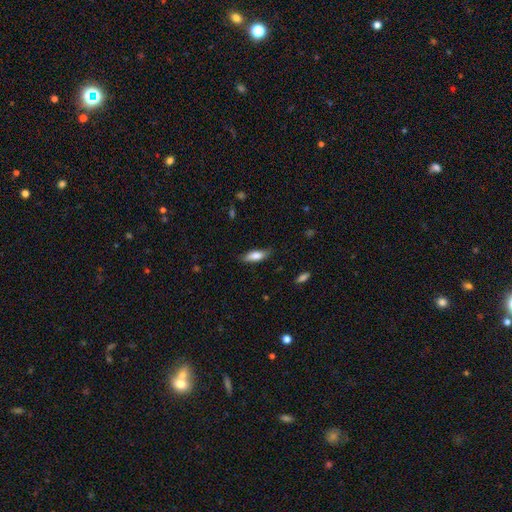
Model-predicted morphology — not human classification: Smooth or featured? Predicted: smooth (p=0.78). How rounded? Predicted: in between (p=0.62). Merging? Predicted: none (p=0.79).